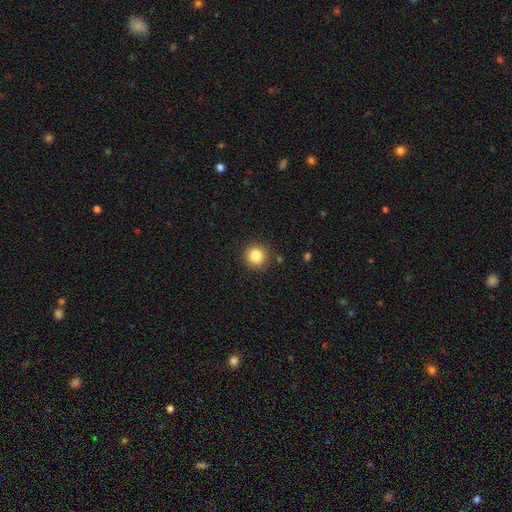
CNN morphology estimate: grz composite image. It shows a smooth galaxy with no disk features (85%) that is round (93%). Merging: none (90%).